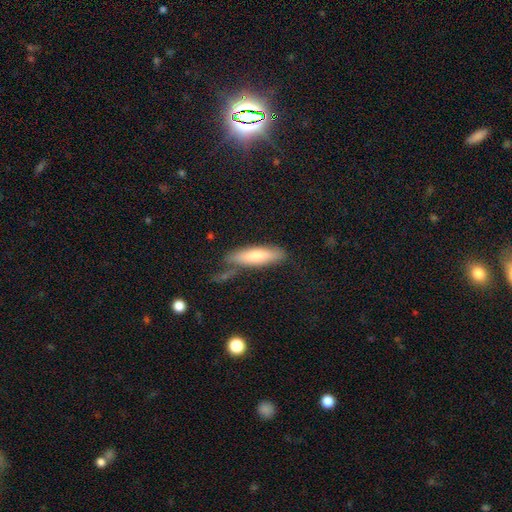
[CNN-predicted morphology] Smooth or featured: smooth — 73% (featured or disk — 21%)
How rounded: cigar-shaped — 65% (in between — 33%)
Merging: none — 62% (minor disturbance — 22%)